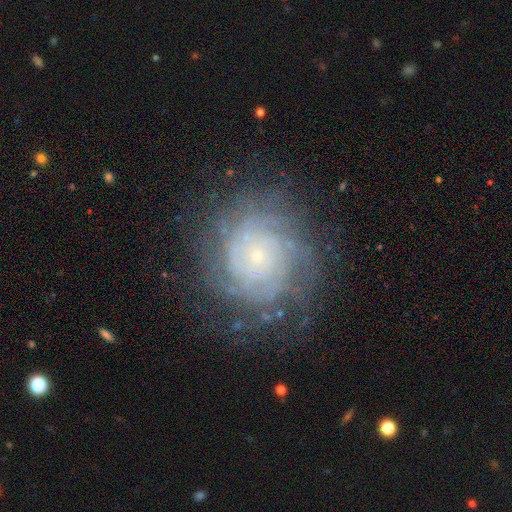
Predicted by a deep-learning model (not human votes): Overall: featured or disk (78%). Edge-on disk: no (97%). Bar: no (83%). Spiral arms: yes (93%). Spiral arm count: can't tell (43%; 4 16%). Spiral winding: tight (78%). Bulge size: small (84%). Merging: none (76%).